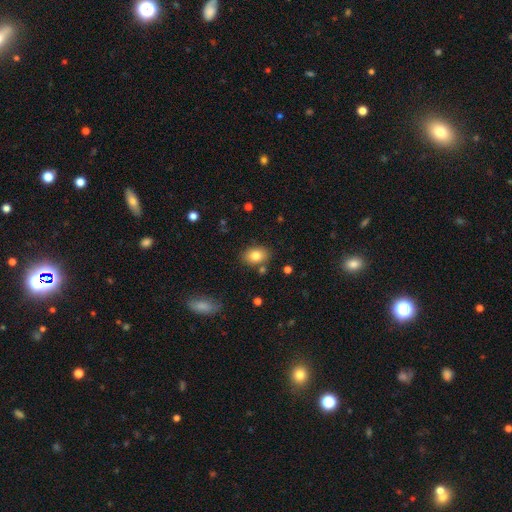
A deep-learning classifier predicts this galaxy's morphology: Smooth or featured? smooth (80%)
How rounded? in between (72%)
Merging? none (81%)